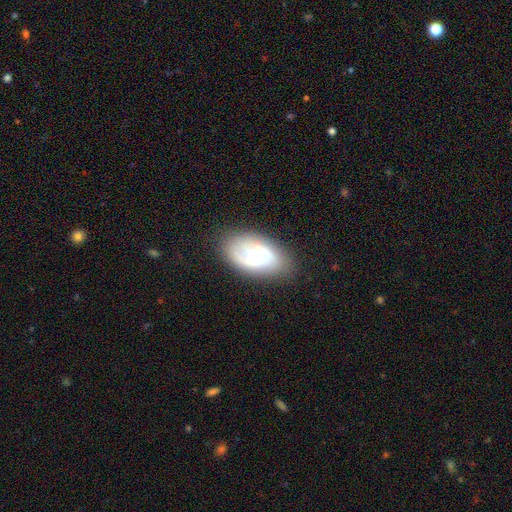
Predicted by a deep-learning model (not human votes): featured or disk 71%, smooth 22%, star or artifact 7%. Down the decision tree: edge-on disk — no (95%); bar — weak (53%); spiral arms — yes (82%); spiral arm count — 2 (75%); spiral winding — medium (44%); bulge size — small (51%); merging — none (78%).